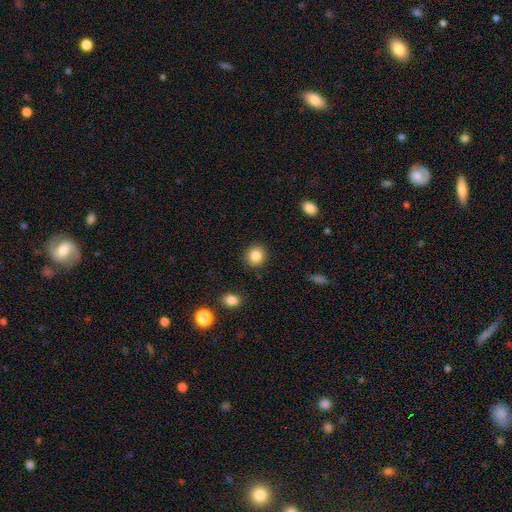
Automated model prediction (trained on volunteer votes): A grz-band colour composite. It shows a smooth galaxy with no disk features (85%) that is round (84%). Merging: none (90%).